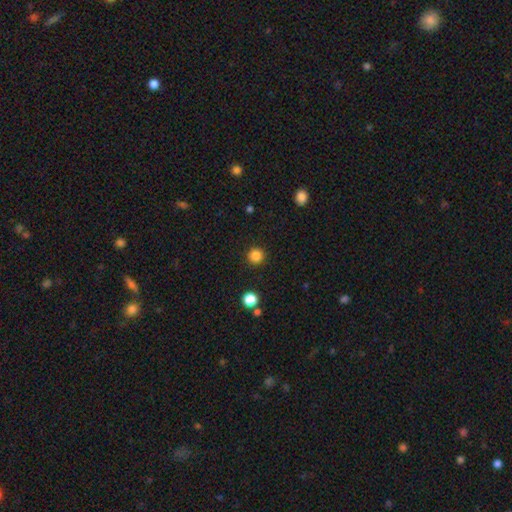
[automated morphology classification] Smooth or featured? smooth (85%)
How rounded? round (96%)
Merging? none (92%)